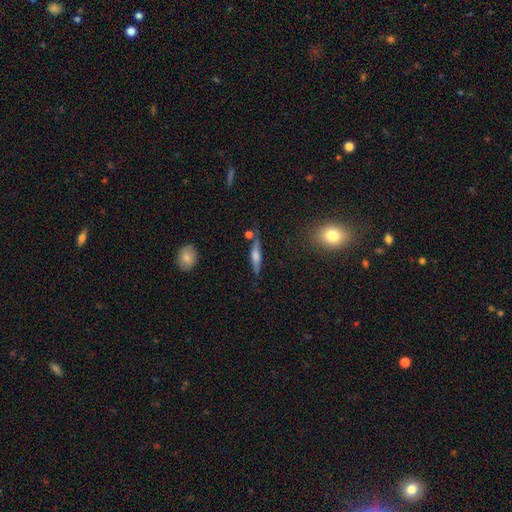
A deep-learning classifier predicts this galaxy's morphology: Smooth or featured? Predicted: featured or disk (p=0.55). Edge-on disk? Predicted: yes (p=0.94). Edge-on bulge? Predicted: rounded (p=0.73). Merging? Predicted: none (p=0.80).